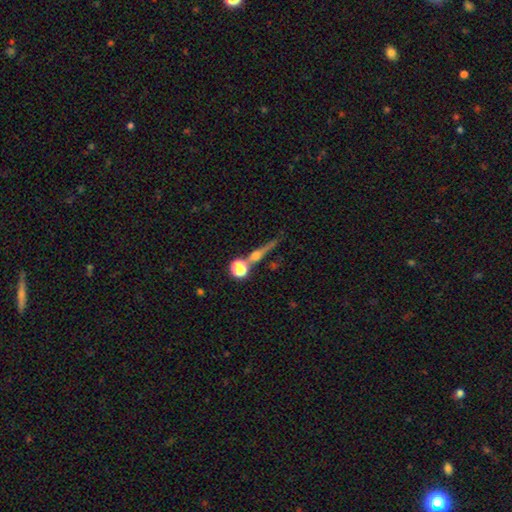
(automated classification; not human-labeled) featured or disk 42%, smooth 37%, star or artifact 21%. Down the decision tree: merging — none (59%).